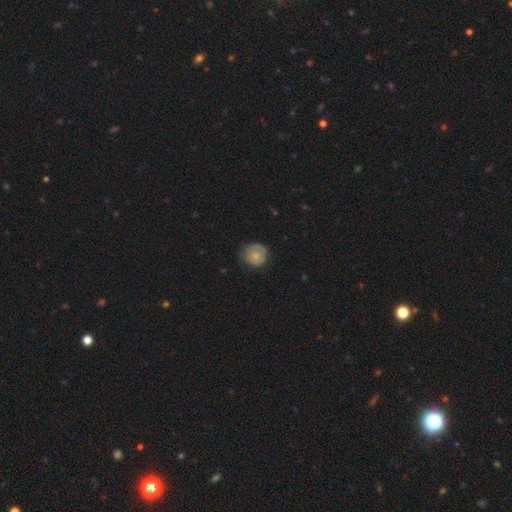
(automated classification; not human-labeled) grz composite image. It shows a smooth galaxy with no disk features (68%) that is round (87%). Merging: none (65%).